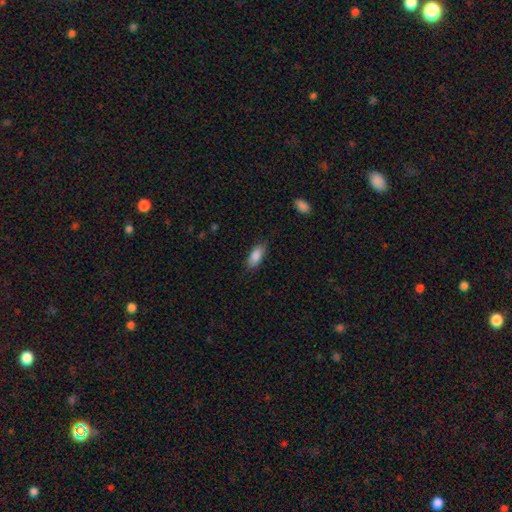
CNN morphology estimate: type=smooth (87%); roundness=in between (83%); merging=none (81%).